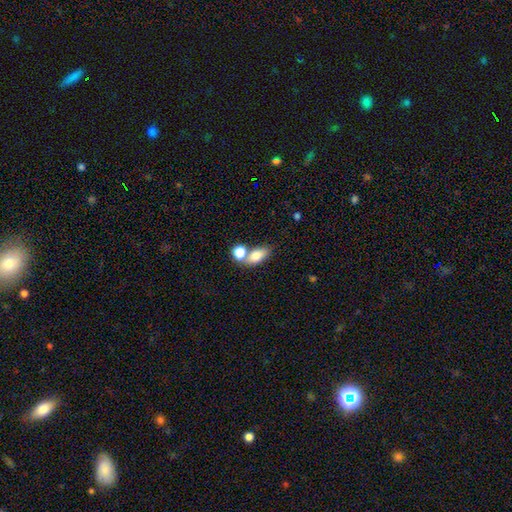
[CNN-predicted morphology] This appears to be a smooth galaxy with no disk features (80%) that is in between round and cigar-shaped (83%). Merging: none (43%).